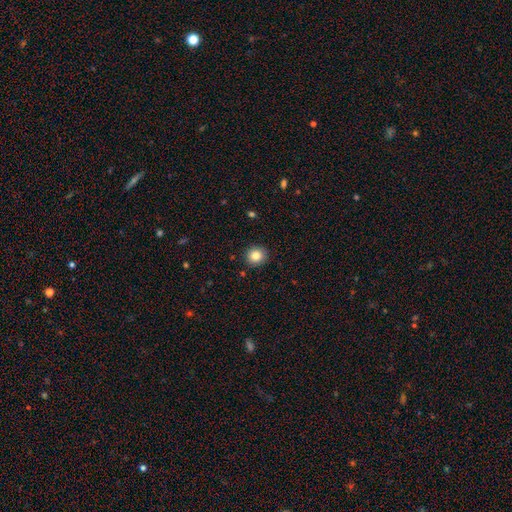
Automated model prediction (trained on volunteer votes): A smooth galaxy with no disk features (83%) that is round (90%).

Vote fractions:
- Smooth or featured? smooth: 83% / star or artifact: 10% / featured or disk: 7%
- How rounded? round: 90% / in between: 9% / cigar-shaped: 1%
- Merging? none: 91% / minor disturbance: 6% / major disturbance: 2% / merger: 1%